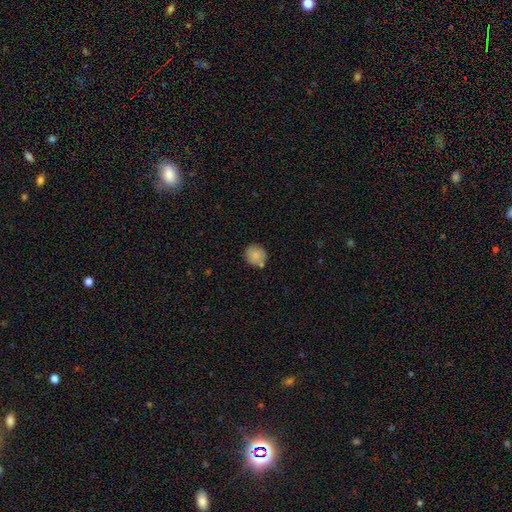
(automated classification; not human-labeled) Smooth or featured? Predicted: smooth (p=0.84). How rounded? Predicted: round (p=0.89). Merging? Predicted: none (p=0.75).